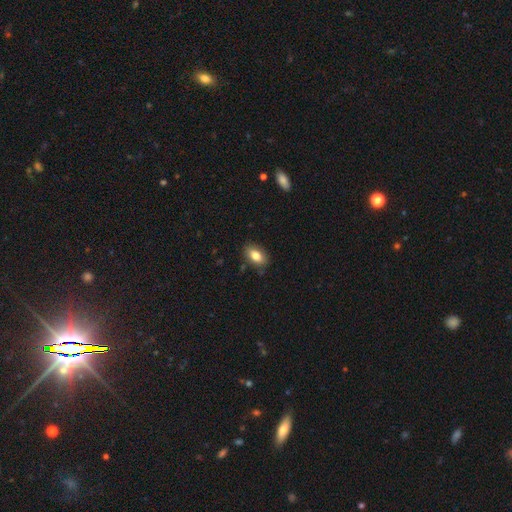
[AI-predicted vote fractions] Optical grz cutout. It shows a smooth galaxy with no disk features (81%) that is in between round and cigar-shaped (90%). Merging: none (84%).